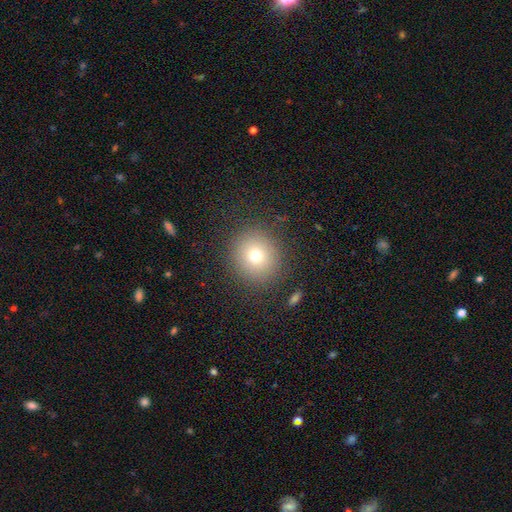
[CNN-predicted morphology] Q: Smooth or featured?
A: smooth (72%); runner-up: star or artifact (16%)
Q: How rounded?
A: round (92%); runner-up: in between (7%)
Q: Merging?
A: none (88%); runner-up: minor disturbance (7%)